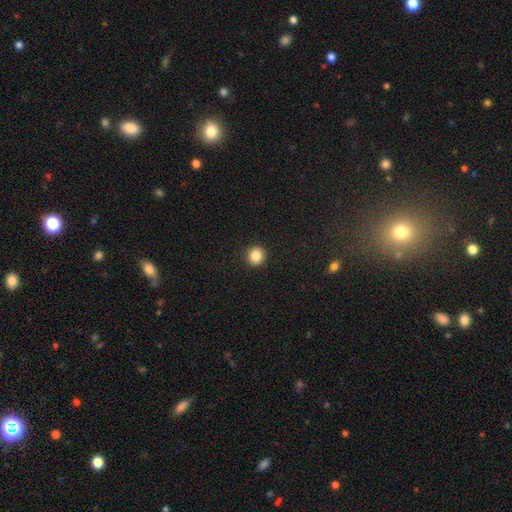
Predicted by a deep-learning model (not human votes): Smooth or featured: smooth — 86% (star or artifact — 10%)
How rounded: round — 87% (in between — 12%)
Merging: none — 92% (minor disturbance — 5%)